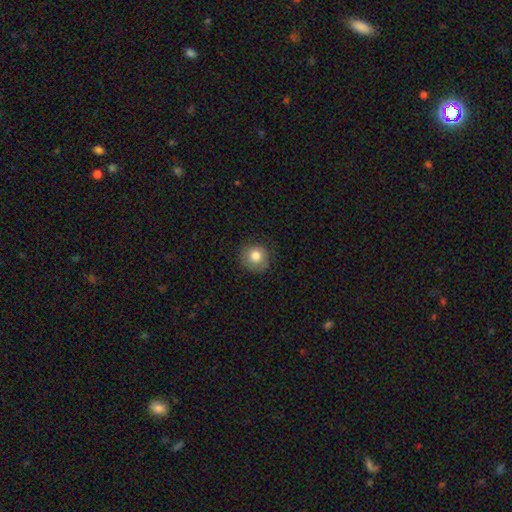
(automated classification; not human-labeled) A smooth galaxy with no disk features (78%) that is round (90%).

Vote fractions:
- Smooth or featured? smooth: 78% / featured or disk: 13% / star or artifact: 9%
- How rounded? round: 90% / in between: 9% / cigar-shaped: 1%
- Merging? none: 81% / minor disturbance: 14% / major disturbance: 4% / merger: 1%